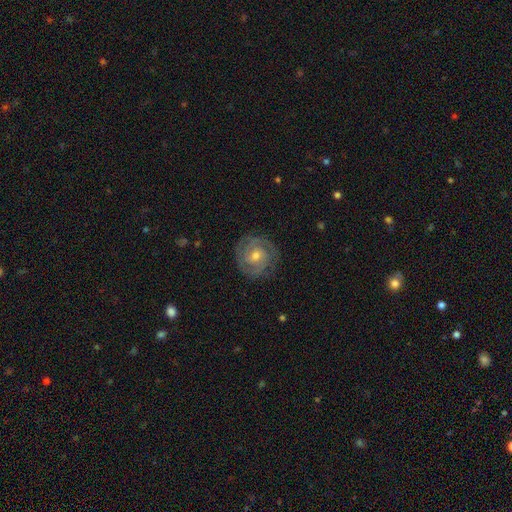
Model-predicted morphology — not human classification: Smooth or featured: featured or disk — 79% (smooth — 15%)
Edge-on disk: no — 98% (yes — 2%)
Bar: no — 62% (weak — 32%)
Spiral arms: yes — 93% (no — 7%)
Spiral winding: tight — 69% (medium — 25%)
Spiral arm count: 2 — 41% (can't tell — 23%)
Bulge size: moderate — 56% (small — 39%)
Merging: none — 82% (minor disturbance — 12%)